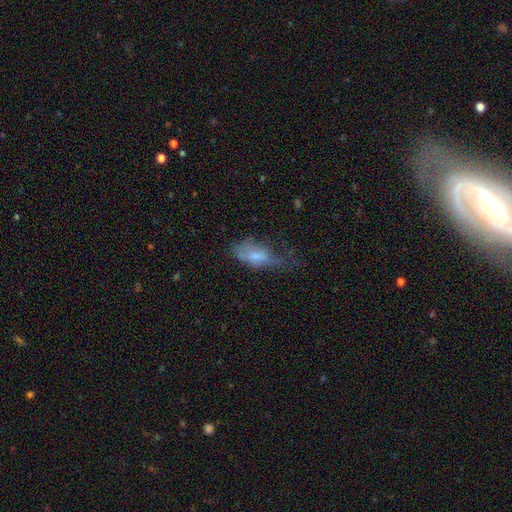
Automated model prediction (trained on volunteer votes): smooth_or_featured: smooth (p=0.61) [alt: featured or disk p=0.30]
how_rounded: in between (p=0.82) [alt: cigar-shaped p=0.15]
merging: major disturbance (p=0.35) [alt: minor disturbance p=0.33]